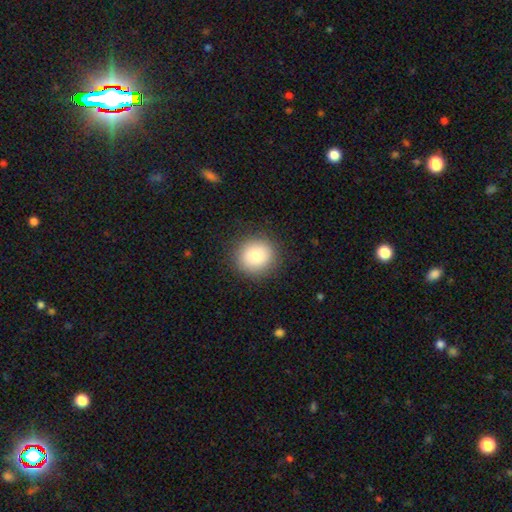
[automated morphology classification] Q: Smooth or featured?
A: smooth (83%); runner-up: star or artifact (9%)
Q: How rounded?
A: round (89%); runner-up: in between (10%)
Q: Merging?
A: none (89%); runner-up: minor disturbance (8%)